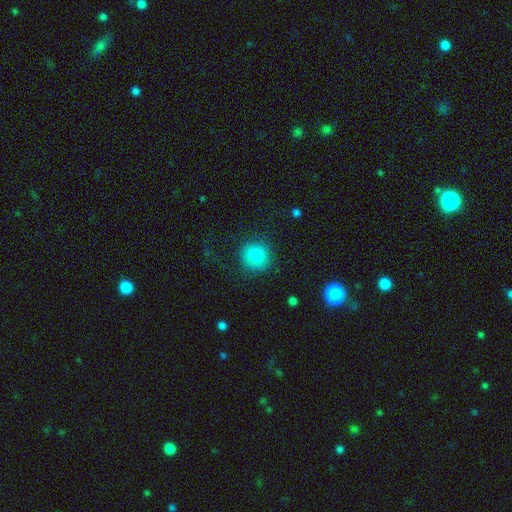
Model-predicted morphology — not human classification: smooth-or-featured: smooth: 82% | star or artifact: 10% | featured or disk: 7%
  how-rounded: round: 89% | in between: 10% | cigar-shaped: 1%
  merging: none: 82% | minor disturbance: 11% | major disturbance: 5% | merger: 1%